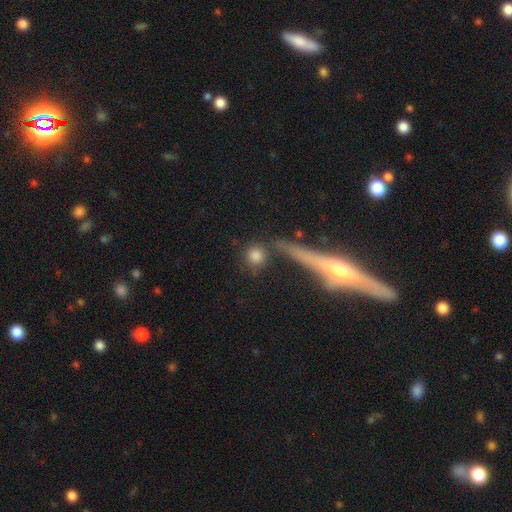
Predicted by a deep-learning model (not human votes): Smooth or featured?
  - smooth: 79% *
  - star or artifact: 11%
  - featured or disk: 10%
How rounded?
  - round: 87% *
  - in between: 8%
  - cigar-shaped: 5%
Merging?
  - none: 72% *
  - merger: 12%
  - minor disturbance: 10%
  - major disturbance: 6%